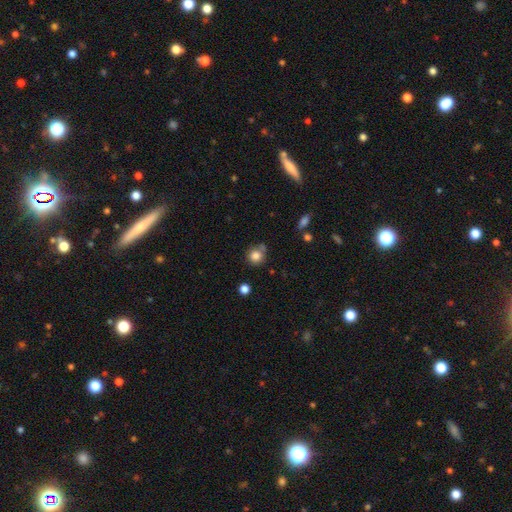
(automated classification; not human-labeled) smooth-or-featured: smooth: 82% | star or artifact: 11% | featured or disk: 7%
  how-rounded: round: 89% | in between: 10% | cigar-shaped: 1%
  merging: none: 67% | minor disturbance: 20% | merger: 8% | major disturbance: 5%